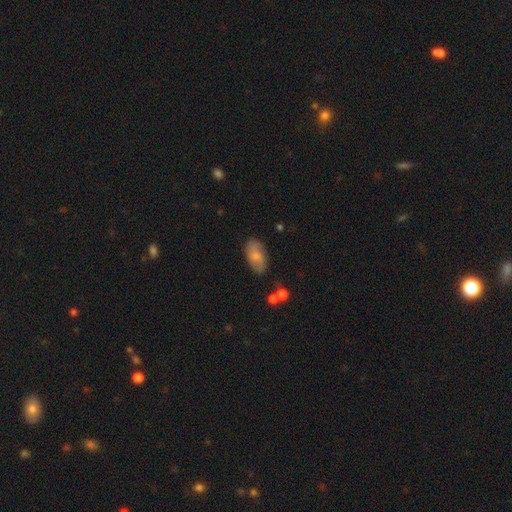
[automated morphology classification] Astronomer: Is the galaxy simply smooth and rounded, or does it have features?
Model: smooth — 59%.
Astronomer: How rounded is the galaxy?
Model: in between — 92%.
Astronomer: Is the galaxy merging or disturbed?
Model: none — 73%.